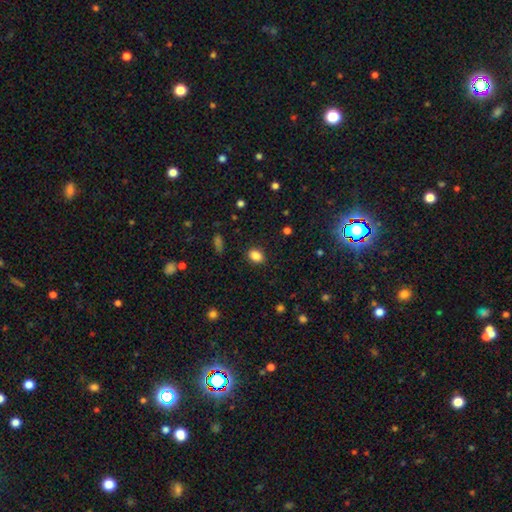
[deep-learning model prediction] Smooth or featured? smooth (85%)
How rounded? in between (72%)
Merging? none (87%)